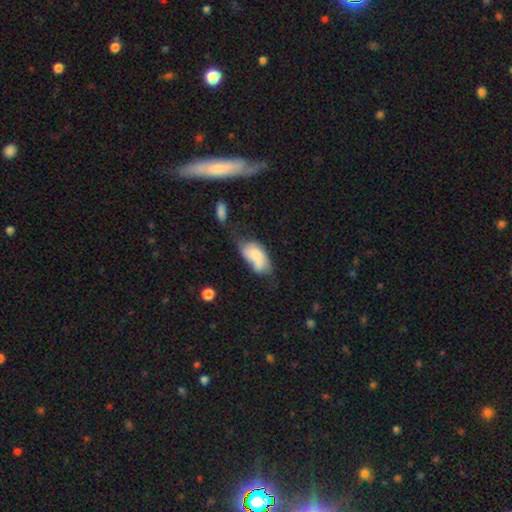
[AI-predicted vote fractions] smooth-or-featured: smooth: 68% | featured or disk: 25% | star or artifact: 7%
  how-rounded: in between: 91% | round: 6% | cigar-shaped: 3%
  merging: merger: 39% | minor disturbance: 23% | none: 23% | major disturbance: 16%